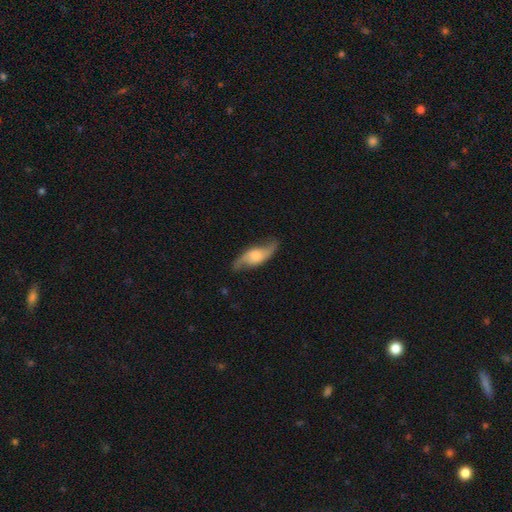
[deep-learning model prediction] Smooth or featured? featured or disk (74%)
Edge-on disk? no (87%)
Bar? no (62%)
Spiral arms? yes (94%)
Spiral winding? loose (71%)
Spiral arm count? 2 (92%)
Bulge size? moderate (31%)
Merging? none (78%)